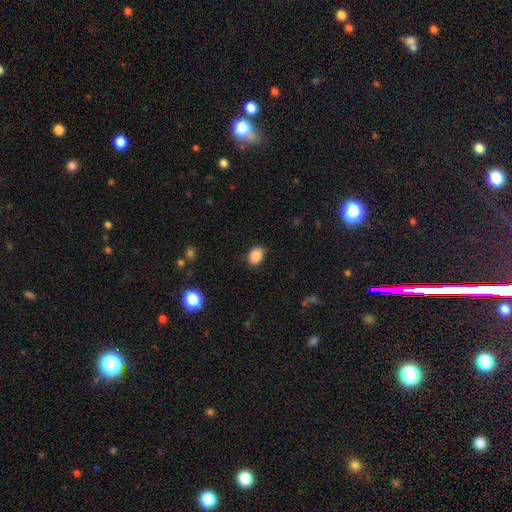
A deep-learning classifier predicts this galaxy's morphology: Smooth or featured? smooth (88%)
How rounded? in between (65%)
Merging? none (85%)